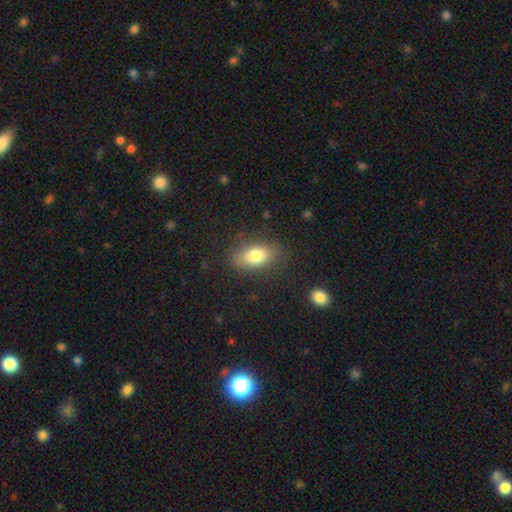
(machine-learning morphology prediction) smooth_or_featured: smooth (p=0.80) [alt: featured or disk p=0.11]
how_rounded: in between (p=0.89) [alt: round p=0.07]
merging: none (p=0.80) [alt: minor disturbance p=0.14]